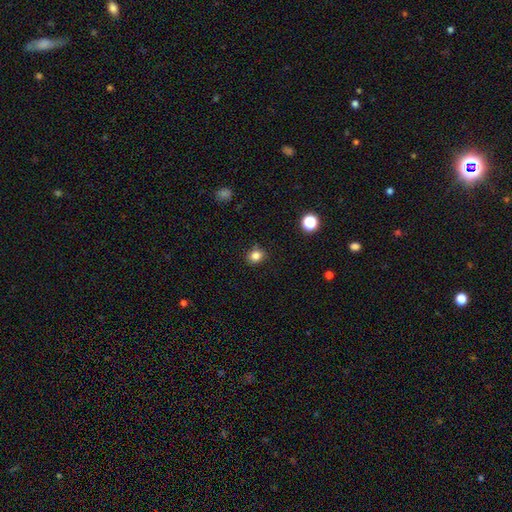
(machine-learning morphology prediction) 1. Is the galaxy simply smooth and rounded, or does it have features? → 83% smooth, 12% star or artifact, 5% featured or disk.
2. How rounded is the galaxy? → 66% round, 33% in between, 1% cigar-shaped.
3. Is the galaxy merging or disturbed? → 85% none, 11% minor disturbance, 2% major disturbance, 2% merger.